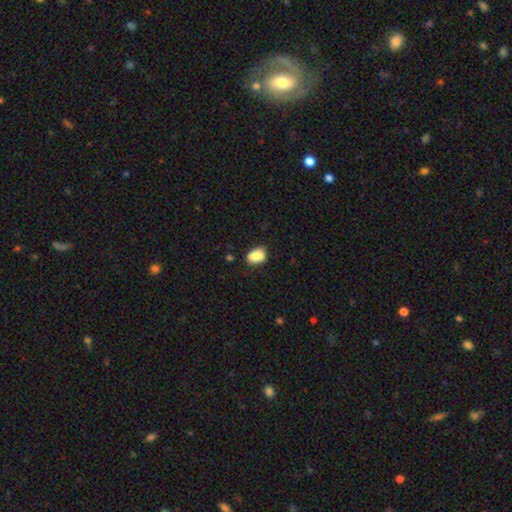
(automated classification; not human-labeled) Overall: smooth (84%). How rounded: in between (80%). Merging: none (71%).